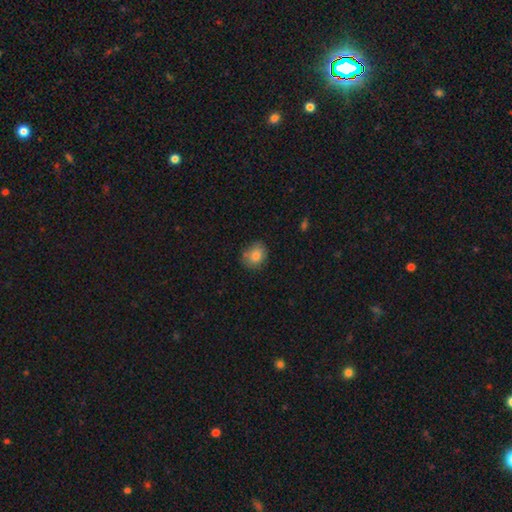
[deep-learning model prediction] Smooth or featured?
  - smooth: 81% *
  - featured or disk: 10%
  - star or artifact: 9%
How rounded?
  - round: 56% *
  - in between: 43%
  - cigar-shaped: 1%
Merging?
  - none: 72% *
  - minor disturbance: 20%
  - major disturbance: 4%
  - merger: 3%